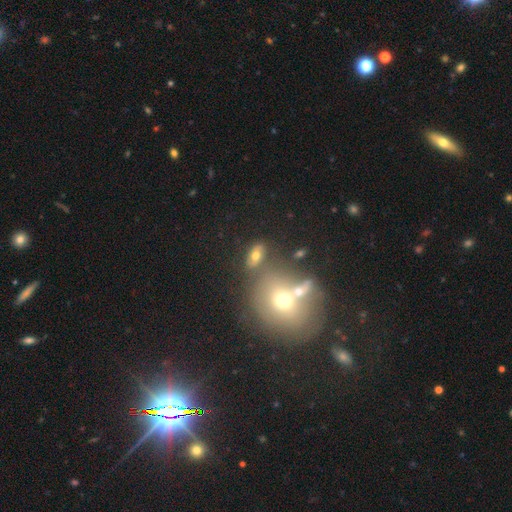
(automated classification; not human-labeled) This appears to be a smooth galaxy with no disk features (64%) that is in between round and cigar-shaped (79%). Merging: none (68%).